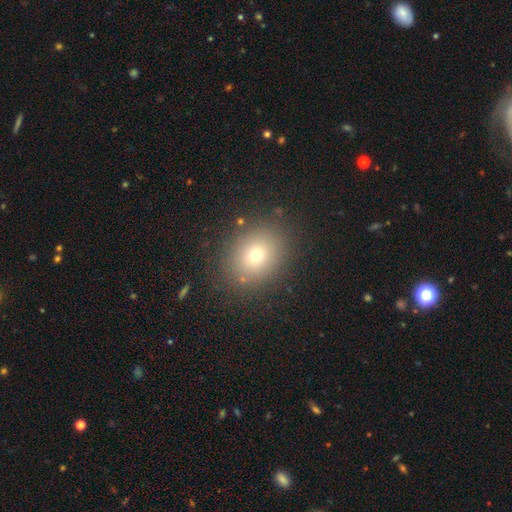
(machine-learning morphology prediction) Overall: smooth (71%). How rounded: round (60%; in between 39%). Merging: none (84%).